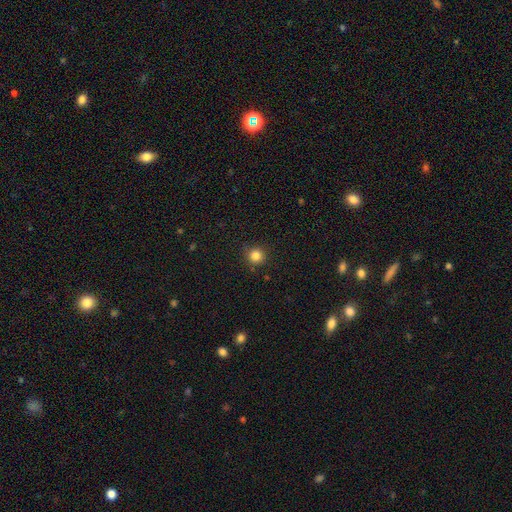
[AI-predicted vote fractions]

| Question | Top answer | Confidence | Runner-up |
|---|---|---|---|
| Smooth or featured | smooth | 84% | star or artifact (12%) |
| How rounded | round | 94% | in between (5%) |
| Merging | none | 89% | minor disturbance (8%) |